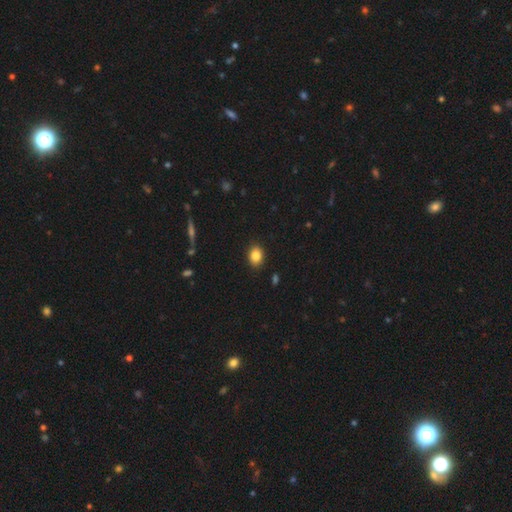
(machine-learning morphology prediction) Smooth or featured? smooth (84%)
How rounded? in between (64%)
Merging? none (89%)